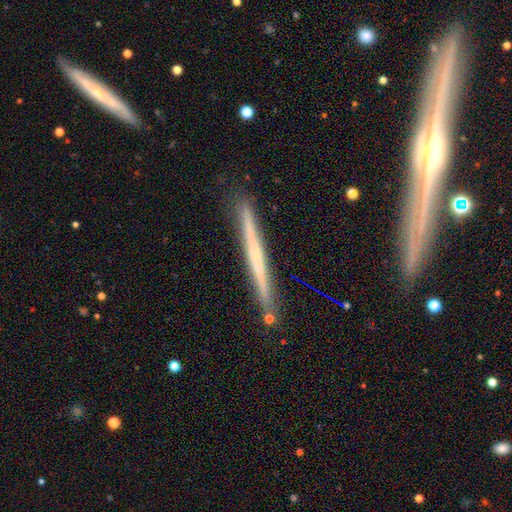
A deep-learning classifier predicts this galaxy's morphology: This is likely a featured or disk galaxy (65%). It is clearly viewed edge-on (97%). Edge-on bulge: likely none (70%). Merging: clearly none (88%).